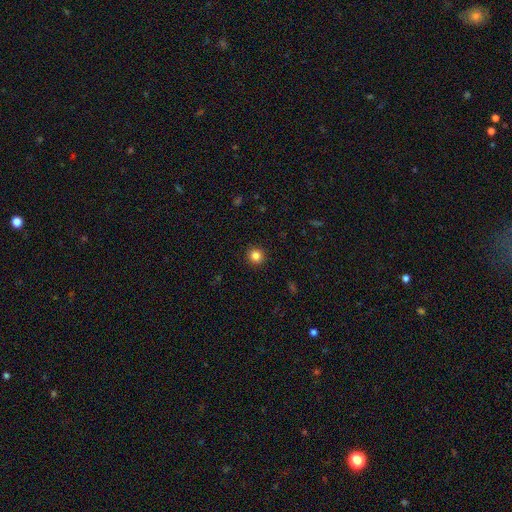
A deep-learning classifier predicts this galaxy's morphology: A smooth galaxy with no disk features (84%) that is round (93%).

Vote fractions:
- Smooth or featured? smooth: 84% / star or artifact: 11% / featured or disk: 4%
- How rounded? round: 93% / in between: 6% / cigar-shaped: 1%
- Merging? none: 93% / minor disturbance: 4% / major disturbance: 2% / merger: 1%